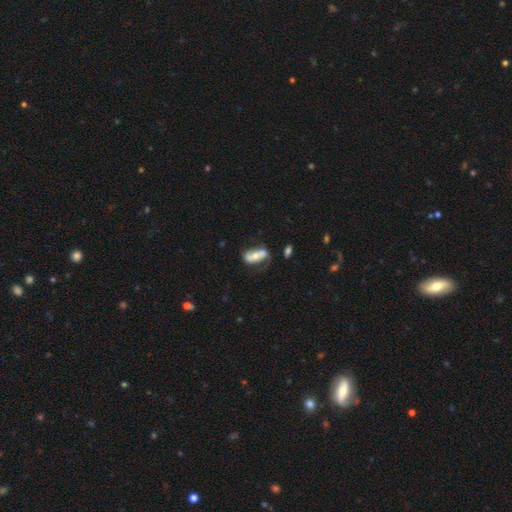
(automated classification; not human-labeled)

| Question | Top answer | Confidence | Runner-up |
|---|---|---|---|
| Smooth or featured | smooth | 47% | featured or disk (46%) |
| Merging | none | 35% | merger (29%) |